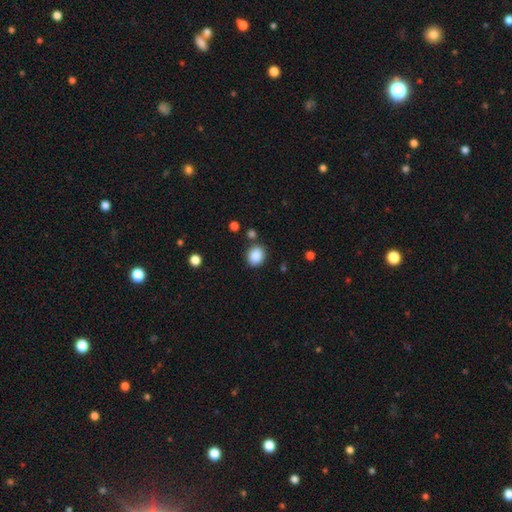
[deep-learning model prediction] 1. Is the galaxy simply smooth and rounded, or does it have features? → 87% smooth, 9% star or artifact, 4% featured or disk.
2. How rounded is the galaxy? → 66% round, 33% in between, 1% cigar-shaped.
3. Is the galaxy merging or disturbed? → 82% none, 10% minor disturbance, 5% merger, 3% major disturbance.